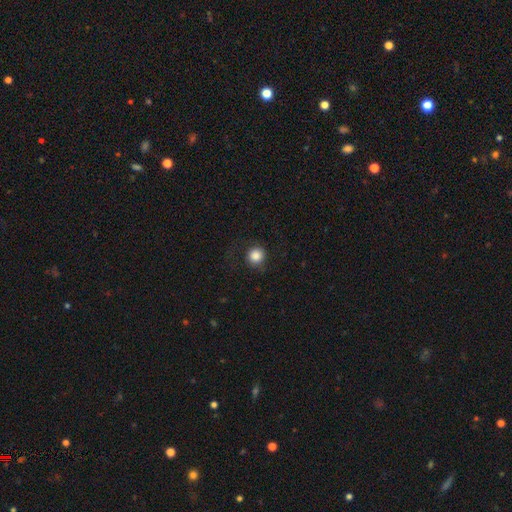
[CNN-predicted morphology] The model was most divided on "merging": none: 80%, minor disturbance: 12%, major disturbance: 7%, merger: 1%. More confident: how rounded — round (93%); smooth or featured — smooth (84%).